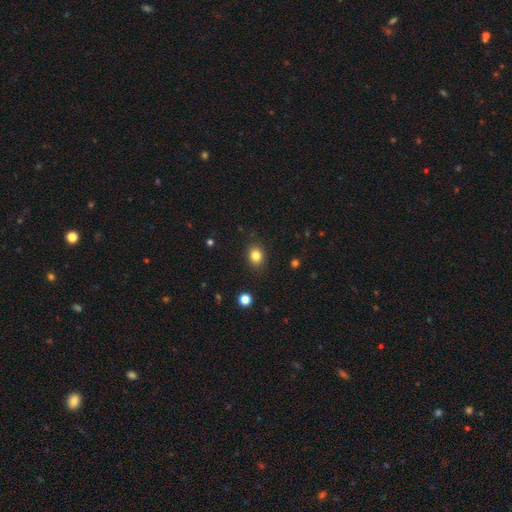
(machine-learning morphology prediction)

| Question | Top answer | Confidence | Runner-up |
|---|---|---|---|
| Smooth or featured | smooth | 82% | star or artifact (12%) |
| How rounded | round | 58% | in between (41%) |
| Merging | none | 88% | minor disturbance (8%) |